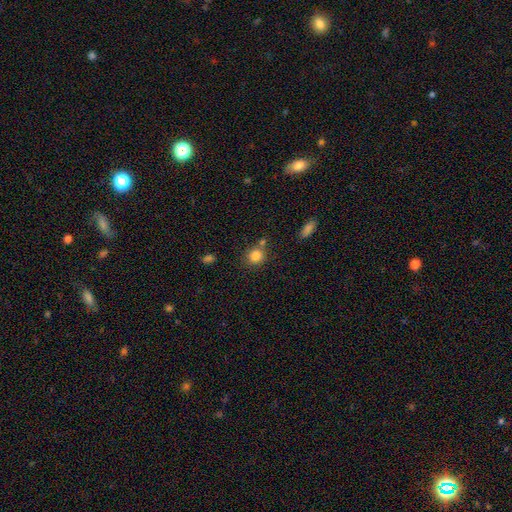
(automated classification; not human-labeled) Overall: smooth (84%). How rounded: round (83%). Merging: none (69%).